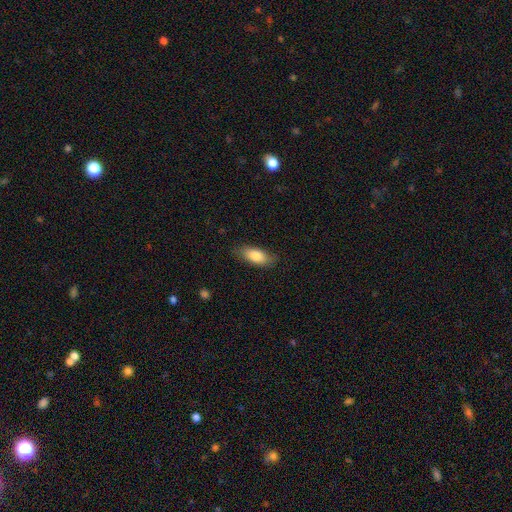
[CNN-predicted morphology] This is clearly a smooth galaxy (82%). How rounded: clearly in between (81%). Merging: clearly none (81%).